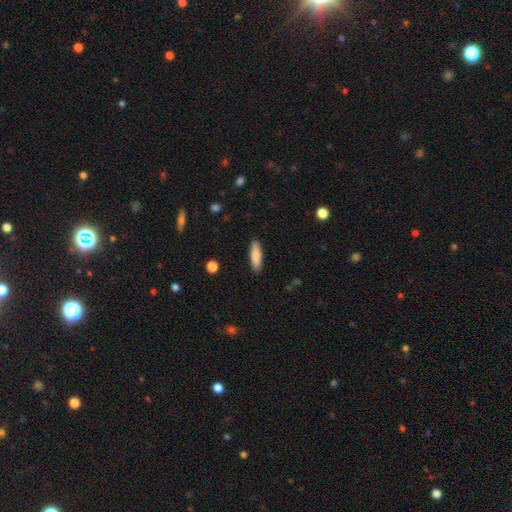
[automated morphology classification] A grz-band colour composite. It shows a smooth galaxy with no disk features (85%) that is cigar-shaped (66%). Merging: none (89%).